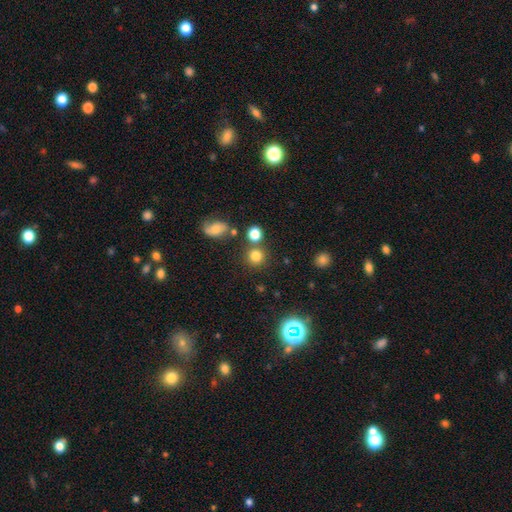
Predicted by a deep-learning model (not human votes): smooth 79%, star or artifact 15%, featured or disk 7%. Down the decision tree: how rounded — round (90%); merging — none (76%).